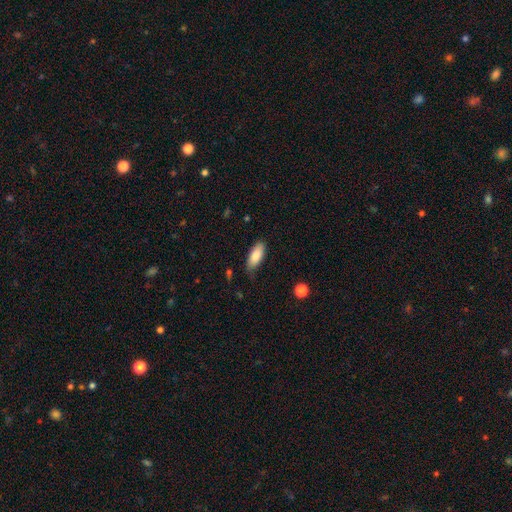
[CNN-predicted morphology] Smooth or featured: smooth — 85% (featured or disk — 8%)
How rounded: in between — 80% (cigar-shaped — 18%)
Merging: none — 73% (minor disturbance — 22%)